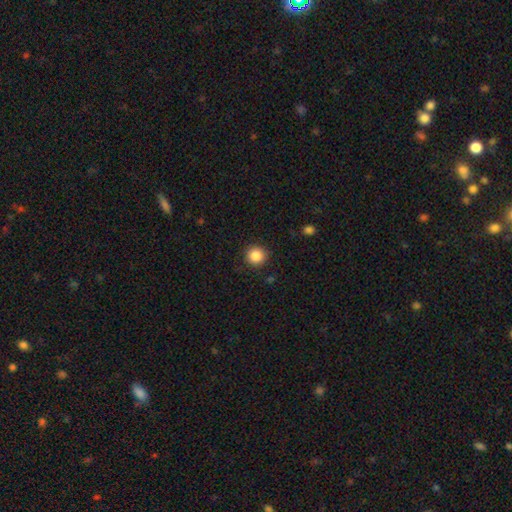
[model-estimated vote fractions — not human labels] smooth 86%, star or artifact 10%, featured or disk 4%. Down the decision tree: how rounded — round (94%); merging — none (90%).